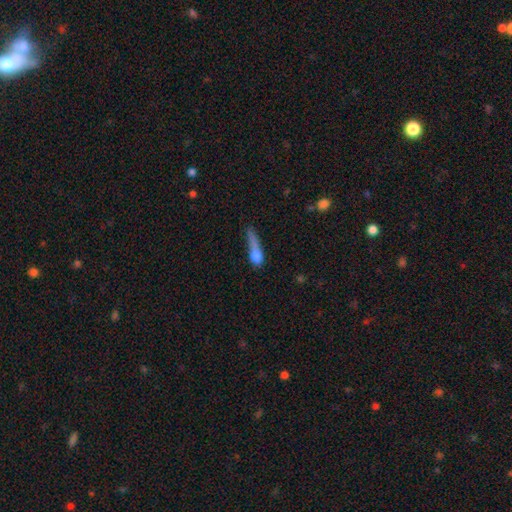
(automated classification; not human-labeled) Morphology: type=smooth (66%); roundness=cigar-shaped (48%); merging=major disturbance (38%).